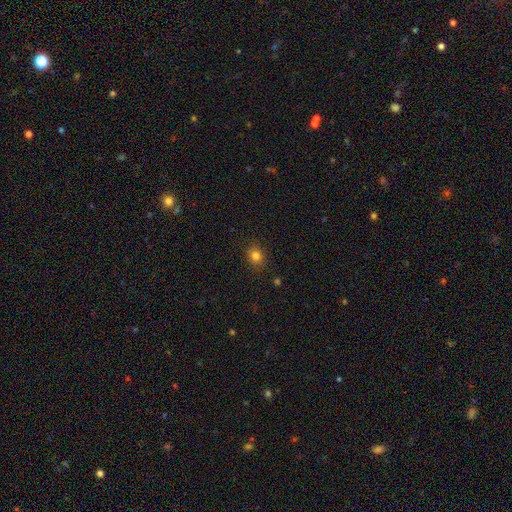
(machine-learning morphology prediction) type=smooth (79%); roundness=round (64%); merging=none (87%).